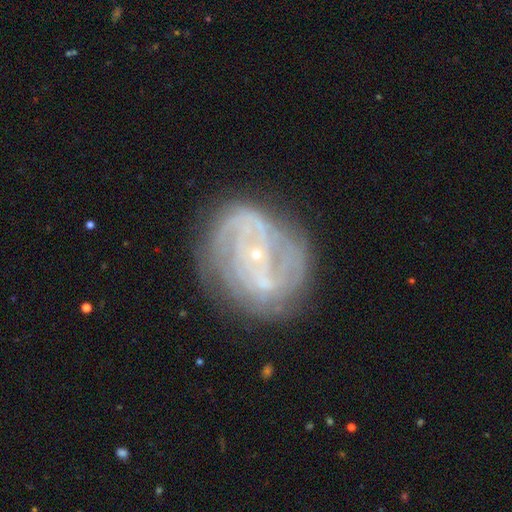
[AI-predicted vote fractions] Overall: featured or disk (83%). Edge-on disk: no (97%). Bar: no (53%; weak 32%). Spiral arms: yes (88%). Spiral arm count: 2 (35%; can't tell 31%). Spiral winding: tight (56%; medium 33%). Bulge size: small (87%). Merging: none (67%).